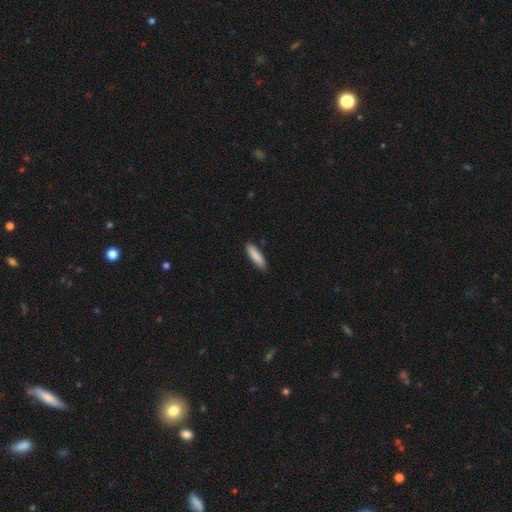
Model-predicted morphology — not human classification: A smooth galaxy with no disk features (87%) that is cigar-shaped (68%).

Vote fractions:
- Smooth or featured? smooth: 87% / featured or disk: 7% / star or artifact: 6%
- How rounded? cigar-shaped: 68% / in between: 31% / round: 1%
- Merging? none: 85% / minor disturbance: 12% / major disturbance: 2% / merger: 1%